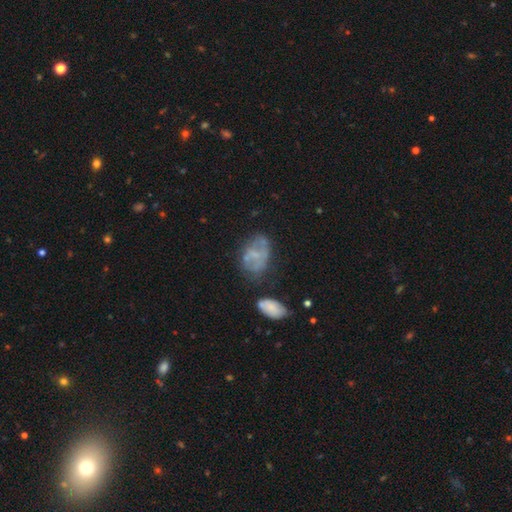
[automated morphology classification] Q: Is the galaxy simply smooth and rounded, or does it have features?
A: featured or disk — 51%.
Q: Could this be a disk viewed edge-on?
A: no — 96%.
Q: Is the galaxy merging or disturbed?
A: none — 41%.